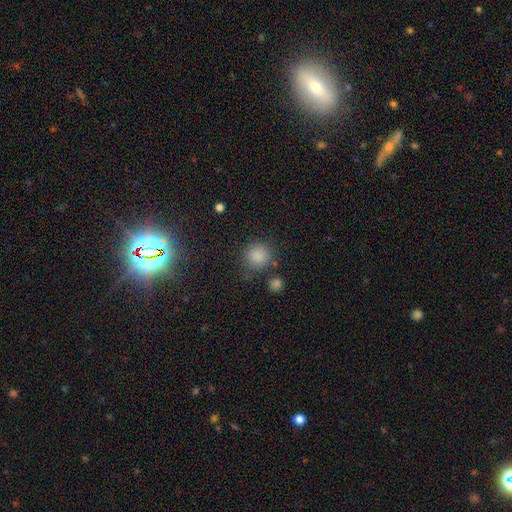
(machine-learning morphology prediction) A smooth galaxy with no disk features (77%) that is round (90%).

Vote fractions:
- Smooth or featured? smooth: 77% / star or artifact: 18% / featured or disk: 5%
- How rounded? round: 90% / in between: 9% / cigar-shaped: 1%
- Merging? none: 78% / minor disturbance: 12% / merger: 6% / major disturbance: 5%